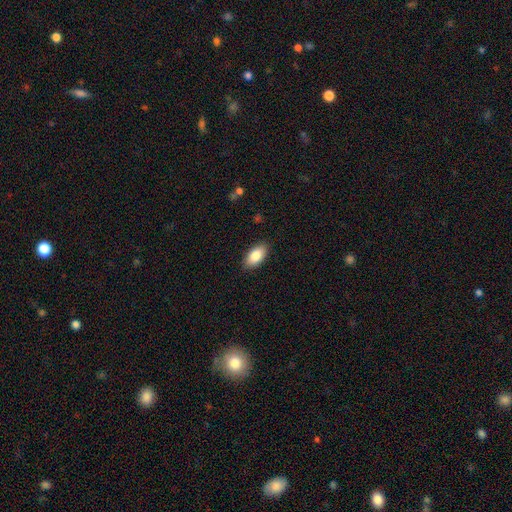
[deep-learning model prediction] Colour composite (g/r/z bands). It shows a smooth galaxy with no disk features (85%) that is in between round and cigar-shaped (93%). Merging: none (88%).